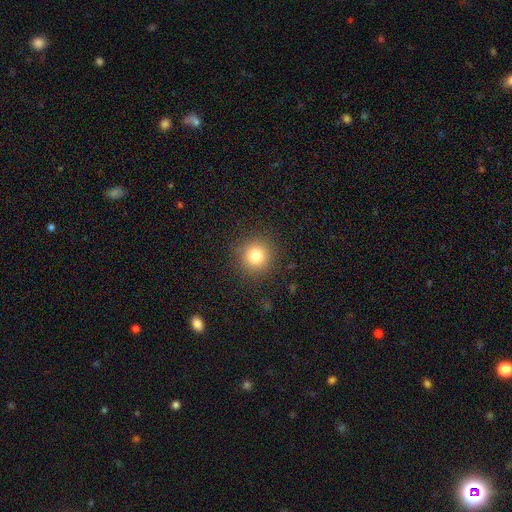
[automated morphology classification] Q: Smooth or featured?
A: smooth (81%); runner-up: star or artifact (12%)
Q: How rounded?
A: round (93%); runner-up: in between (6%)
Q: Merging?
A: none (90%); runner-up: minor disturbance (7%)